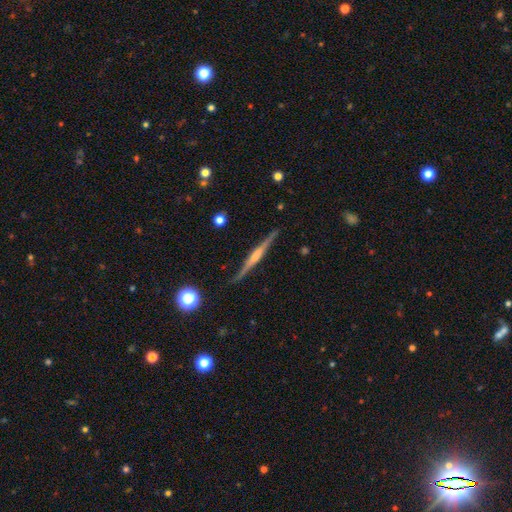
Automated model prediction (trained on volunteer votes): The model was most divided on "edge-on bulge": rounded: 44%, boxy: 34%, none: 22%. More confident: edge-on disk — yes (97%); merging — none (86%); smooth or featured — featured or disk (75%).